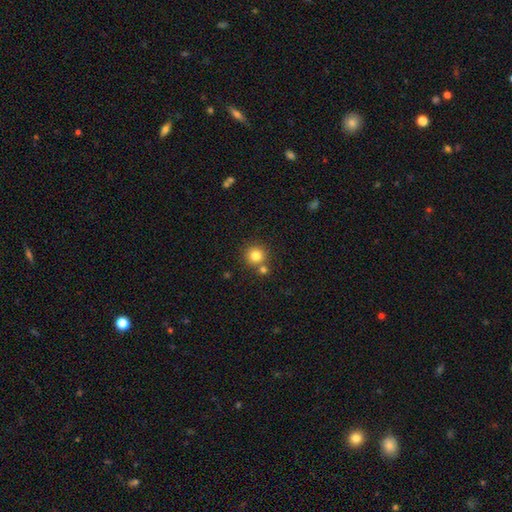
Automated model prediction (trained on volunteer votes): This is clearly a smooth galaxy (82%). How rounded: clearly round (93%). Merging: likely none (74%).